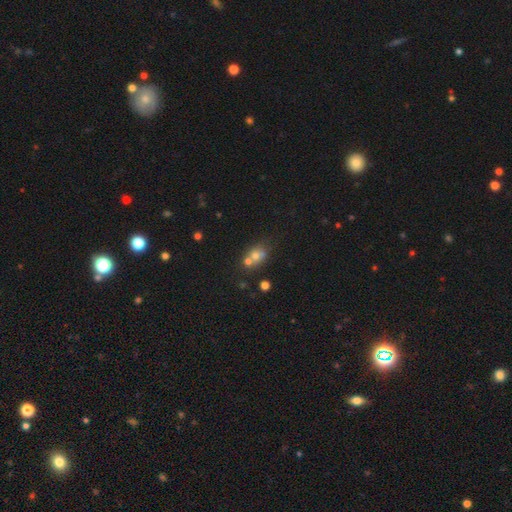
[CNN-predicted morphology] smooth-or-featured: smooth: 62% | featured or disk: 21% | star or artifact: 17%
  how-rounded: round: 58% | in between: 40% | cigar-shaped: 2%
  merging: merger: 47% | none: 39% | minor disturbance: 10% | major disturbance: 5%